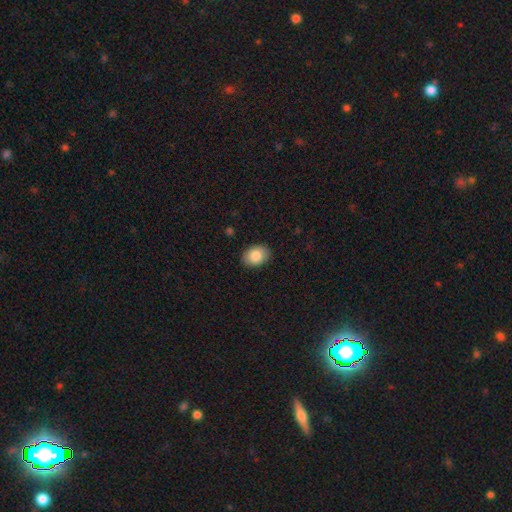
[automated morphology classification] A smooth galaxy with no disk features (86%) that is in between round and cigar-shaped (76%).

Vote fractions:
- Smooth or featured? smooth: 86% / star or artifact: 7% / featured or disk: 7%
- How rounded? in between: 76% / round: 23% / cigar-shaped: 1%
- Merging? none: 88% / minor disturbance: 9% / major disturbance: 2% / merger: 1%